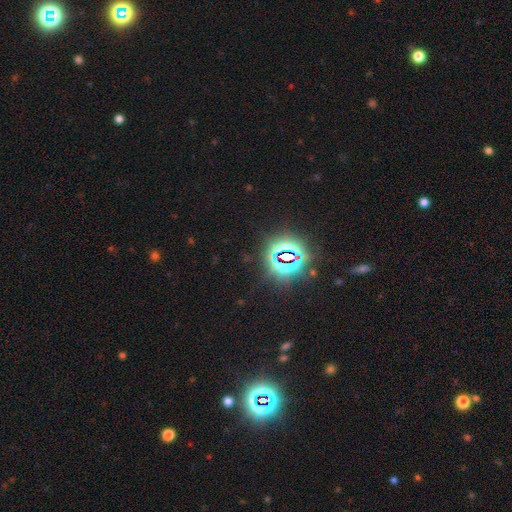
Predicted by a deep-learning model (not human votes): A star or artifact, not a galaxy (82%).

Vote fractions:
- Smooth or featured? star or artifact: 82% / smooth: 11% / featured or disk: 7%